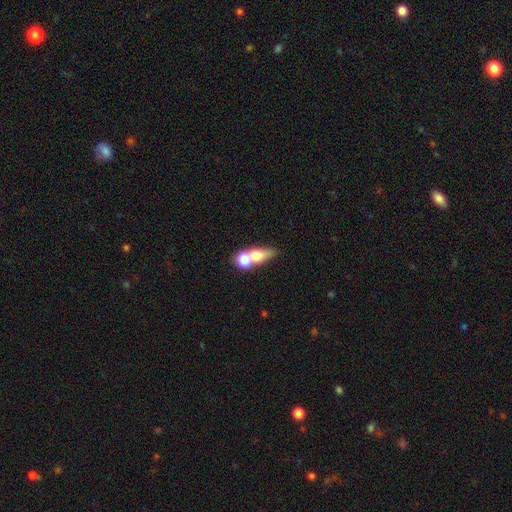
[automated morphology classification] Overall: smooth (64%; featured or disk 27%). How rounded: in between (54%; round 33%). Merging: merger (68%).